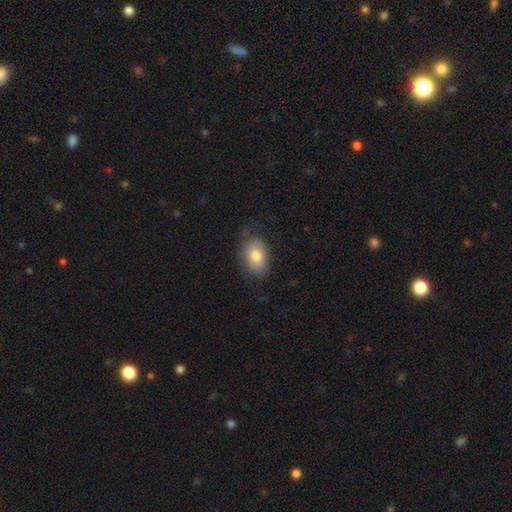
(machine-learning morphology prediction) Smooth or featured?
  - smooth: 76% *
  - featured or disk: 17%
  - star or artifact: 7%
How rounded?
  - in between: 86% *
  - round: 13%
  - cigar-shaped: 1%
Merging?
  - none: 61% *
  - minor disturbance: 26%
  - major disturbance: 11%
  - merger: 1%